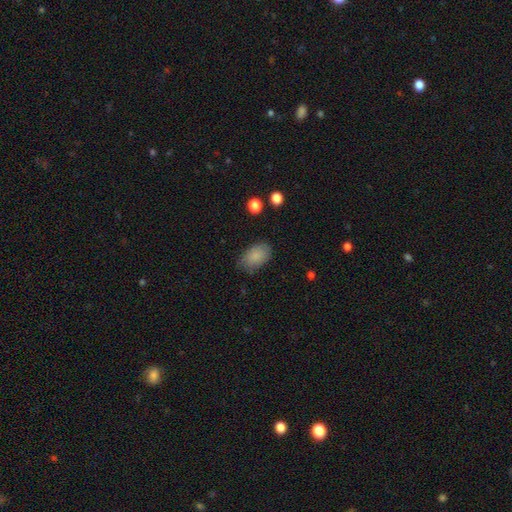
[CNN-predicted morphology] Overall: smooth (85%). How rounded: in between (92%). Merging: none (77%).